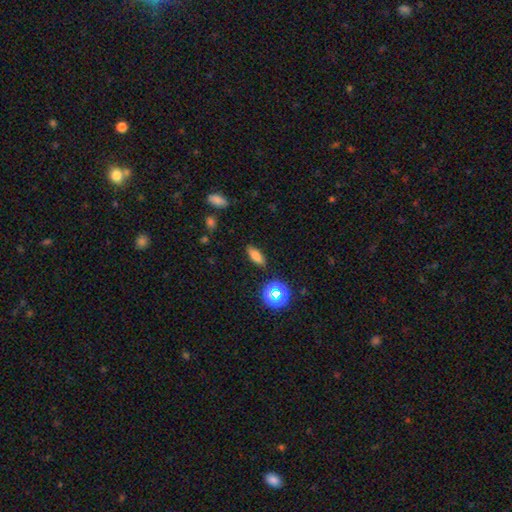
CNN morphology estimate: A smooth galaxy with no disk features (75%) that is in between round and cigar-shaped (71%).

Vote fractions:
- Smooth or featured? smooth: 75% / star or artifact: 14% / featured or disk: 11%
- How rounded? in between: 71% / cigar-shaped: 22% / round: 7%
- Merging? none: 87% / minor disturbance: 9% / major disturbance: 3% / merger: 2%